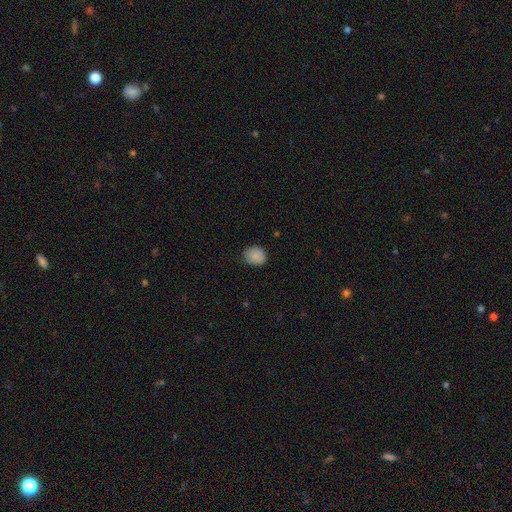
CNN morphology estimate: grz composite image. It shows a smooth galaxy with no disk features (85%) that is round (66%). Merging: none (75%).